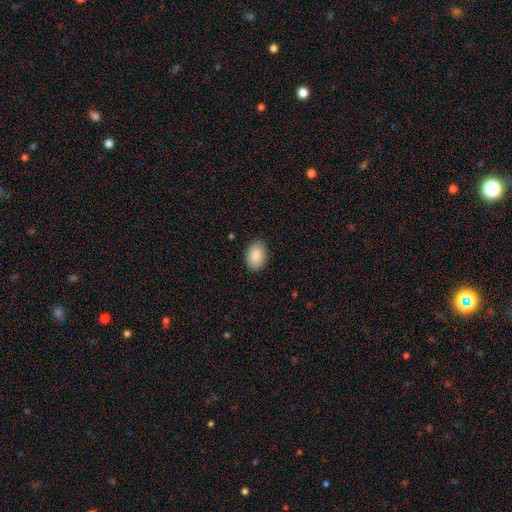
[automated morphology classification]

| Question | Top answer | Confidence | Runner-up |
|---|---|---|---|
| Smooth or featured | smooth | 89% | star or artifact (6%) |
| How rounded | in between | 86% | round (13%) |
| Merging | none | 88% | minor disturbance (9%) |